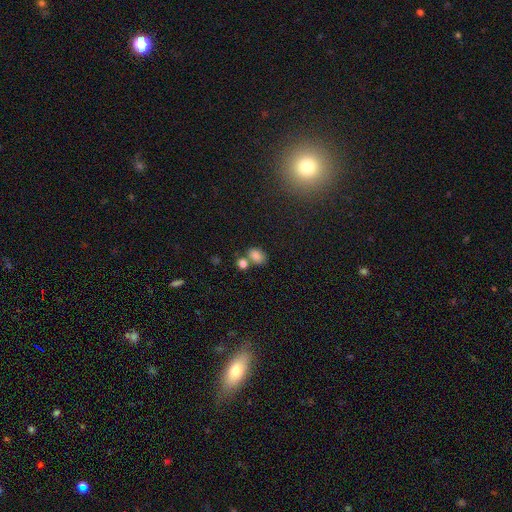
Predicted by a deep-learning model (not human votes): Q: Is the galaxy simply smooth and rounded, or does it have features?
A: smooth — 81%.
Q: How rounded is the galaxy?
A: in between — 70%.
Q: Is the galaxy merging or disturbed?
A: none — 53%.